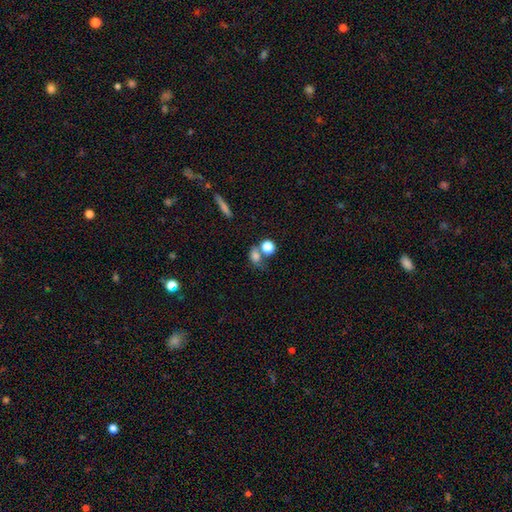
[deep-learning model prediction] Morphology: type=smooth (76%); roundness=in between (49%); merging=none (42%).